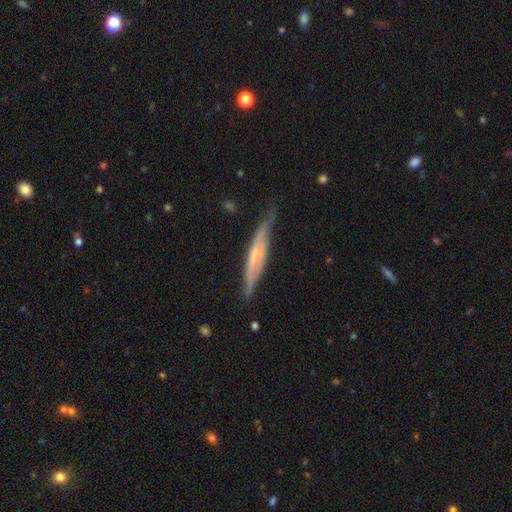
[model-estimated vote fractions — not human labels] smooth_or_featured: featured or disk (p=0.61) [alt: smooth p=0.33]
disk_edge_on: yes (p=0.89) [alt: no p=0.11]
edge_on_bulge: none (p=0.44) [alt: rounded p=0.39]
merging: none (p=0.70) [alt: minor disturbance p=0.23]